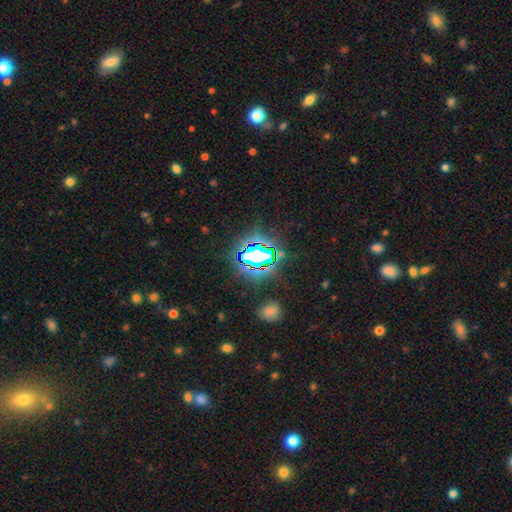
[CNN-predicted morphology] This appears to be a star or artifact, not a galaxy (73%).